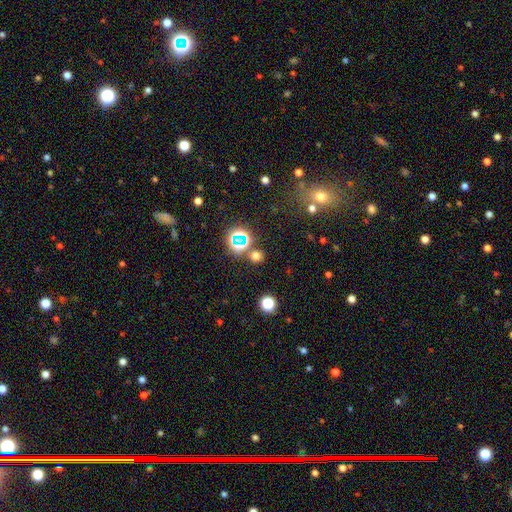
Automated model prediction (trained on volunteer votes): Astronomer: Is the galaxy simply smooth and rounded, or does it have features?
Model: smooth — 61%.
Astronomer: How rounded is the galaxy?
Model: round — 87%.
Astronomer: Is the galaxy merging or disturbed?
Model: none — 79%.